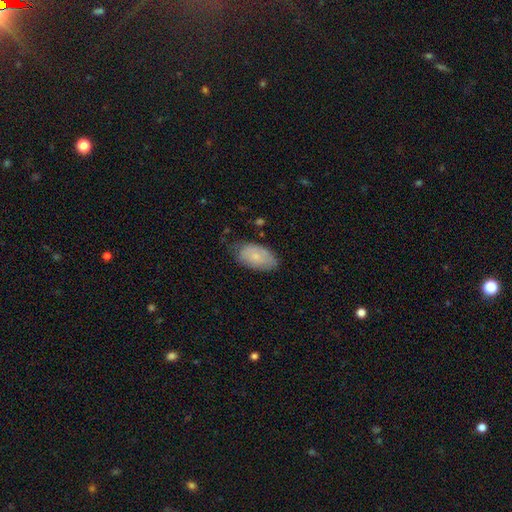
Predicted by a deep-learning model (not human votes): Smooth or featured? smooth (66%)
How rounded? in between (93%)
Merging? none (63%)